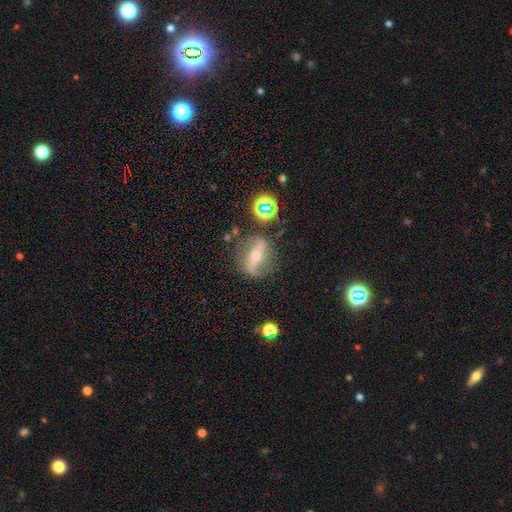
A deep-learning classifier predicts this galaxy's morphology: smooth-or-featured: featured or disk: 76% | smooth: 13% | star or artifact: 11%
  disk-edge-on: no: 81% | yes: 19%
    bar: strong: 69% | weak: 16% | no: 15%
    has-spiral-arms: yes: 78% | no: 22%
    bulge-size: small: 50% | moderate: 45% | large: 2% | none: 1% | dominant: 1%
  merging: none: 76% | minor disturbance: 14% | major disturbance: 6% | merger: 3%